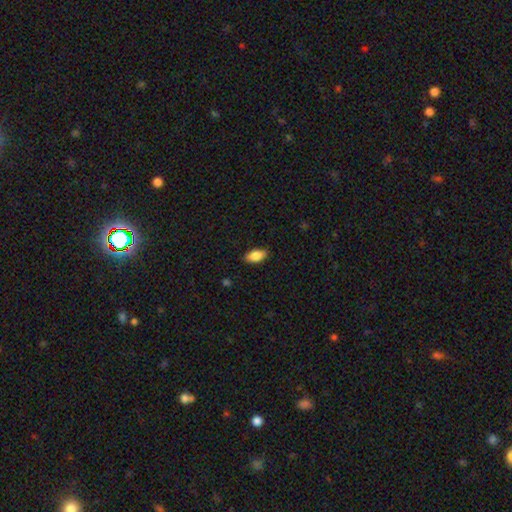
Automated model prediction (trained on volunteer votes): Overall: smooth (85%). How rounded: in between (90%). Merging: none (88%).